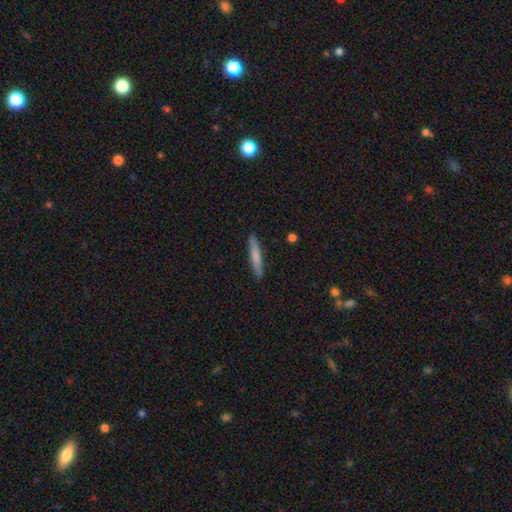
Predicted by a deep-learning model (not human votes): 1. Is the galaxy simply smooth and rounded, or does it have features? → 71% smooth, 24% featured or disk, 6% star or artifact.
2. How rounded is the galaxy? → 93% cigar-shaped, 5% in between, 1% round.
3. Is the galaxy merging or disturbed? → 90% none, 8% minor disturbance, 2% major disturbance, 1% merger.